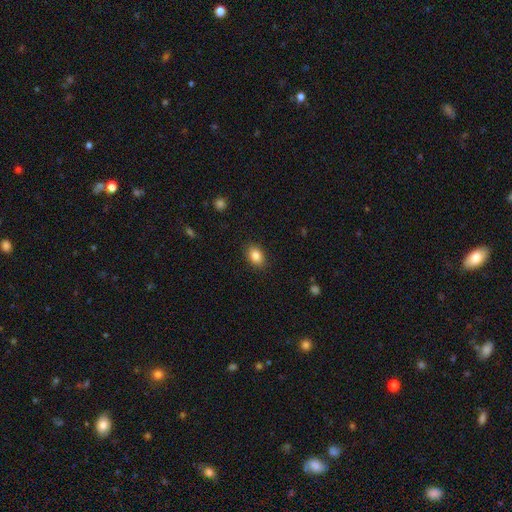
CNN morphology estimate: A smooth galaxy with no disk features (85%) that is in between round and cigar-shaped (77%). Merging: none (88%).